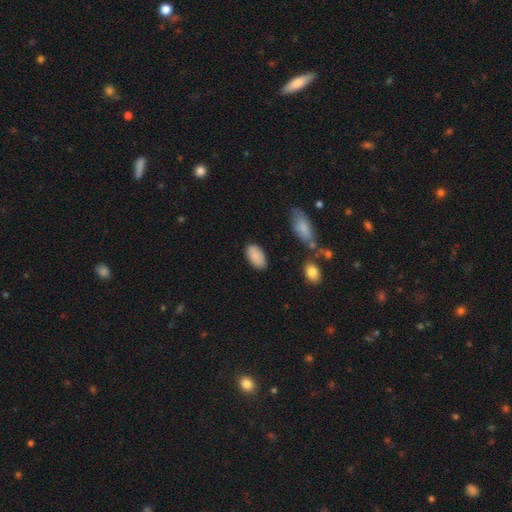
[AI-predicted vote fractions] This appears to be a smooth galaxy with no disk features (88%) that is in between round and cigar-shaped (95%). Merging: none (84%).